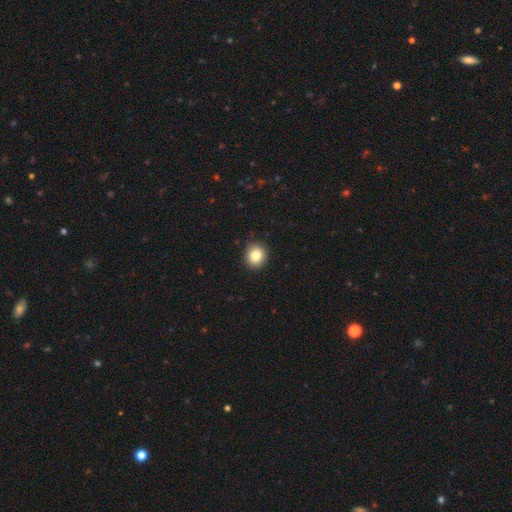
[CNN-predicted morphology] Smooth or featured? smooth (82%)
How rounded? round (84%)
Merging? none (90%)